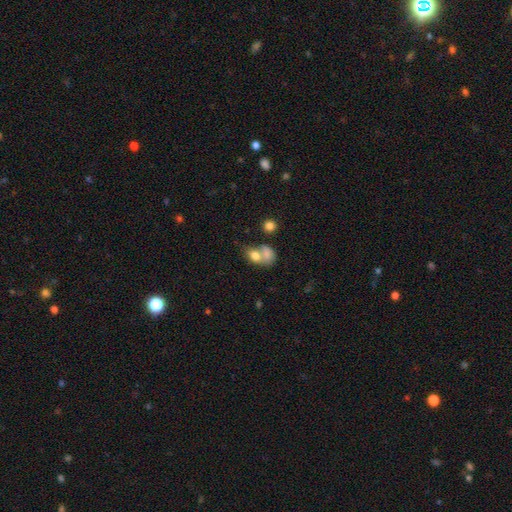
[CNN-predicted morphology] Smooth or featured? Predicted: smooth (p=0.75). How rounded? Predicted: in between (p=0.68). Merging? Predicted: merger (p=0.63).